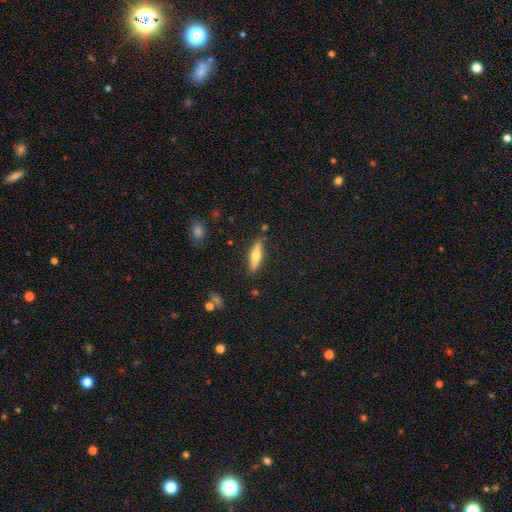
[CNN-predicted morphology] A smooth galaxy with no disk features (51%) that is cigar-shaped (68%). Merging: none (85%).